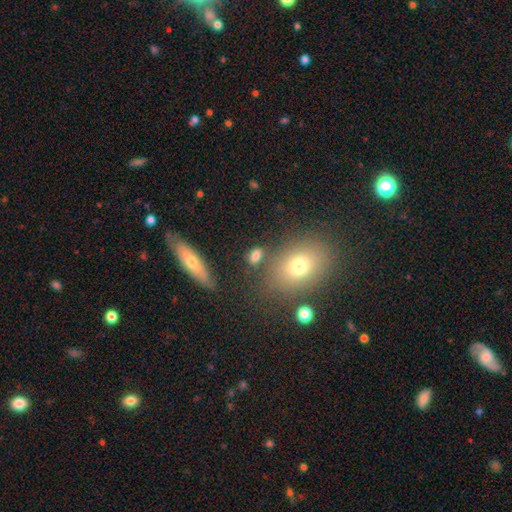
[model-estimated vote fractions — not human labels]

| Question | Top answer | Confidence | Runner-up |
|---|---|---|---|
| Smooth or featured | smooth | 76% | star or artifact (13%) |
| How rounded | in between | 75% | round (19%) |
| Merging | none | 70% | minor disturbance (13%) |